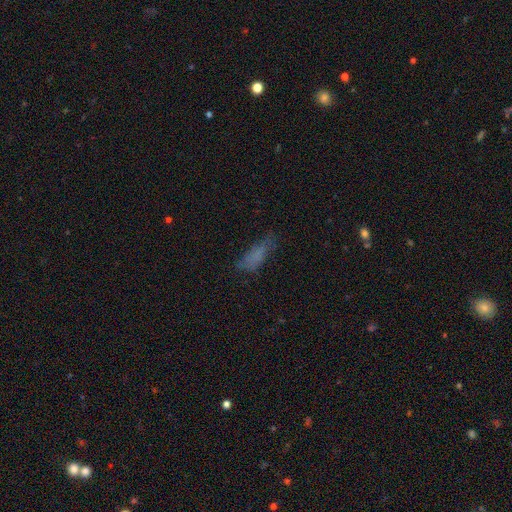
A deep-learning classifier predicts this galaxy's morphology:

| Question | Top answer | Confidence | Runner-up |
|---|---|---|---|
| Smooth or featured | smooth | 68% | featured or disk (18%) |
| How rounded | in between | 58% | cigar-shaped (39%) |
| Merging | none | 53% | minor disturbance (29%) |